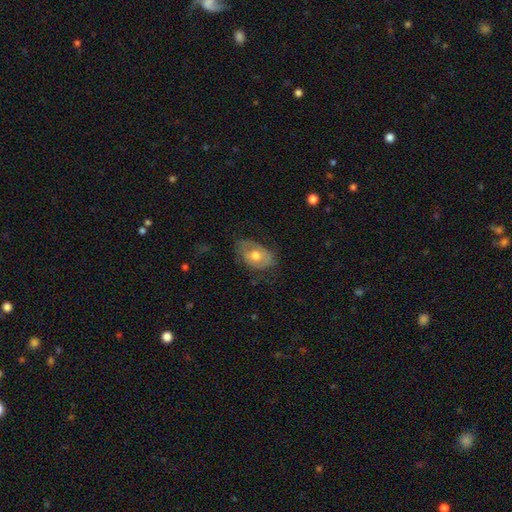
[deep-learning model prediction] Morphology: type=smooth (51%); roundness=in between (85%); merging=none (61%).